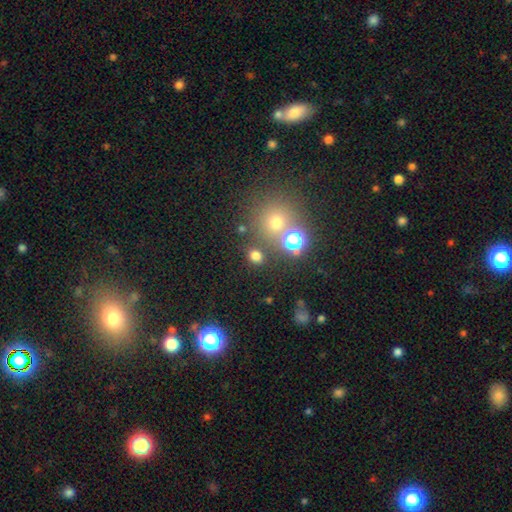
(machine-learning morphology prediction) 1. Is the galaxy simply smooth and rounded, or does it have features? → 71% smooth, 23% star or artifact, 6% featured or disk.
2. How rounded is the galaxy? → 72% round, 27% in between, 1% cigar-shaped.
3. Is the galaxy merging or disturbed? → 79% none, 9% minor disturbance, 9% merger, 4% major disturbance.